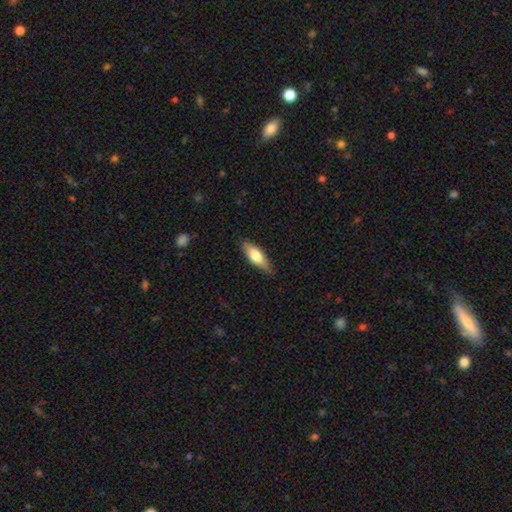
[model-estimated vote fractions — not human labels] Smooth or featured? Predicted: smooth (p=0.66). How rounded? Predicted: in between (p=0.62). Merging? Predicted: none (p=0.81).